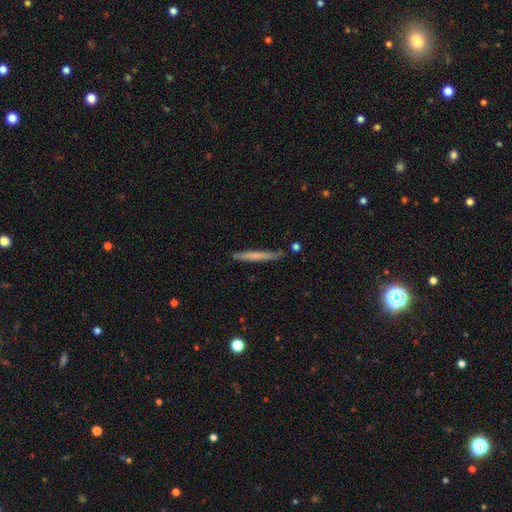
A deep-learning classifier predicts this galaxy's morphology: This appears to be a smooth galaxy with no disk features (59%) that is cigar-shaped (96%). Merging: none (84%).